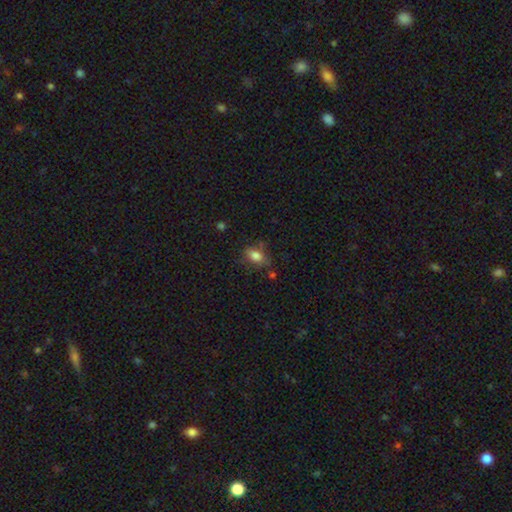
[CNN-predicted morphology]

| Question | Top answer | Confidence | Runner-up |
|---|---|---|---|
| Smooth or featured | smooth | 78% | featured or disk (12%) |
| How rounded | in between | 81% | round (16%) |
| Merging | none | 64% | minor disturbance (24%) |